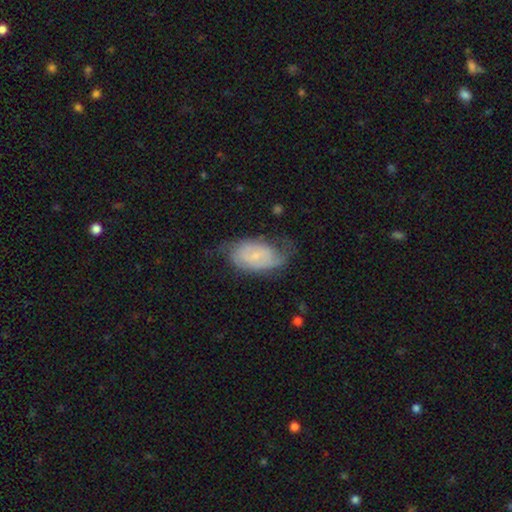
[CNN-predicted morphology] Q: Smooth or featured?
A: featured or disk (58%); runner-up: smooth (35%)
Q: Edge-on disk?
A: no (95%); runner-up: yes (5%)
Q: Bar?
A: no (62%); runner-up: weak (31%)
Q: Spiral arms?
A: yes (79%); runner-up: no (21%)
Q: Bulge size?
A: small (72%); runner-up: moderate (18%)
Q: Merging?
A: none (49%); runner-up: minor disturbance (30%)